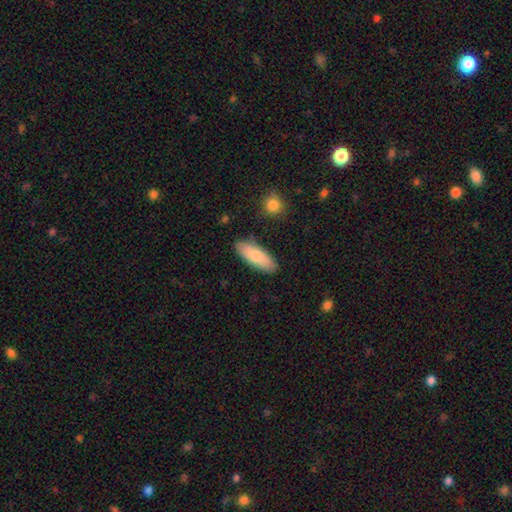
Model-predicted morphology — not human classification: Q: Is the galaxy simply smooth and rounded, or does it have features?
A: smooth — 77%.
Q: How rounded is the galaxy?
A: in between — 75%.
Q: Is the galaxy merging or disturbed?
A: none — 83%.